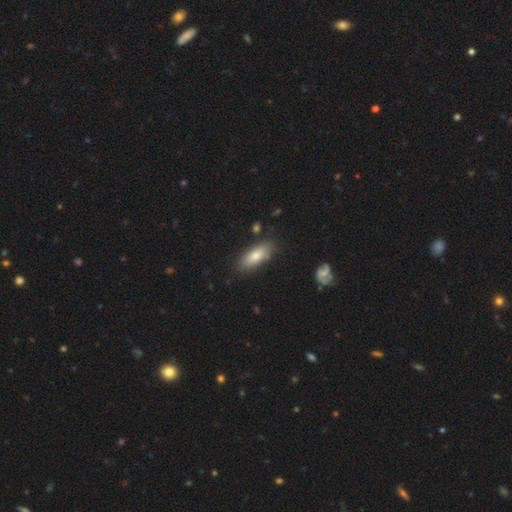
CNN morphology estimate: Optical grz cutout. It shows a smooth galaxy with no disk features (79%) that is in between round and cigar-shaped (76%). Merging: none (82%).